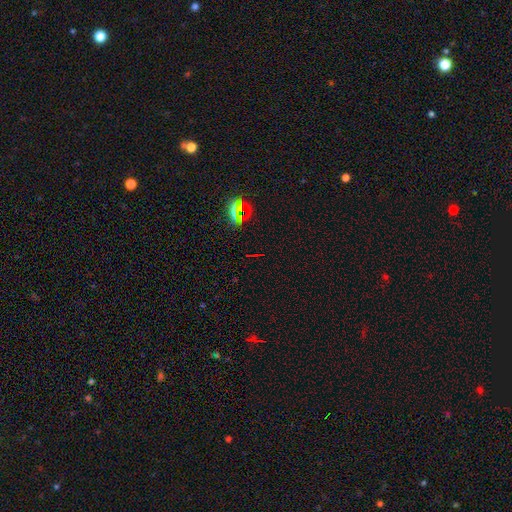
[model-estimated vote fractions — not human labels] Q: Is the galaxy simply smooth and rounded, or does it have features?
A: star or artifact — 74%.